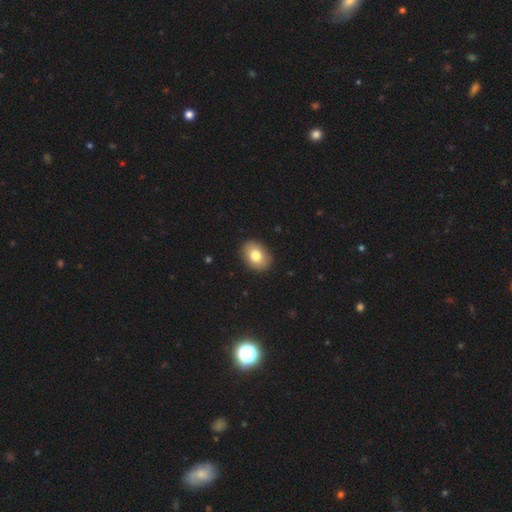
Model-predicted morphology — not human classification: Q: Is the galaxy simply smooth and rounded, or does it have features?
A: smooth — 80%.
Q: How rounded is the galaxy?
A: in between — 77%.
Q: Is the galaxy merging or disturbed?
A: none — 90%.